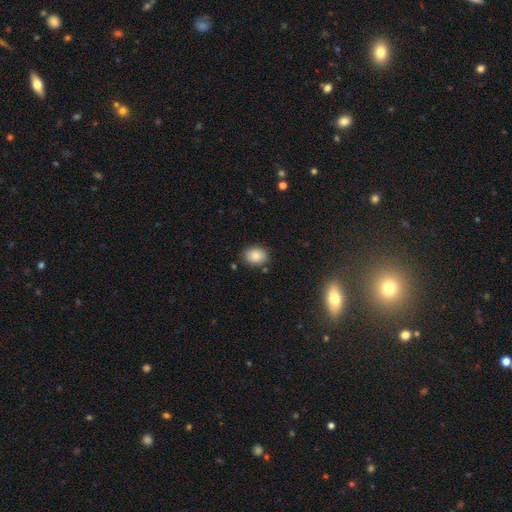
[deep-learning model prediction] A smooth galaxy with no disk features (84%) that is in between round and cigar-shaped (58%). Merging: none (85%).